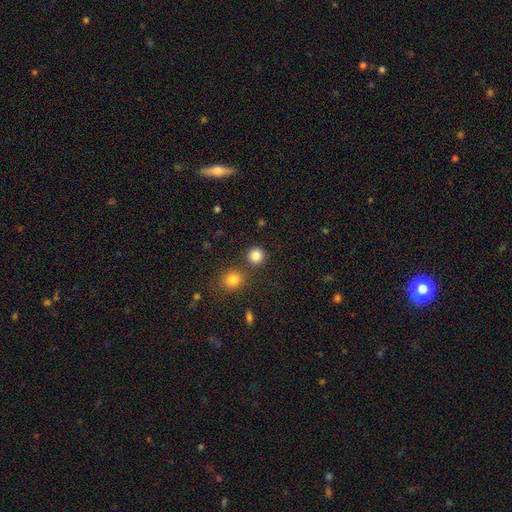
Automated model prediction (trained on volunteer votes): smooth 85%, star or artifact 11%, featured or disk 4%. Down the decision tree: how rounded — round (93%); merging — none (83%).